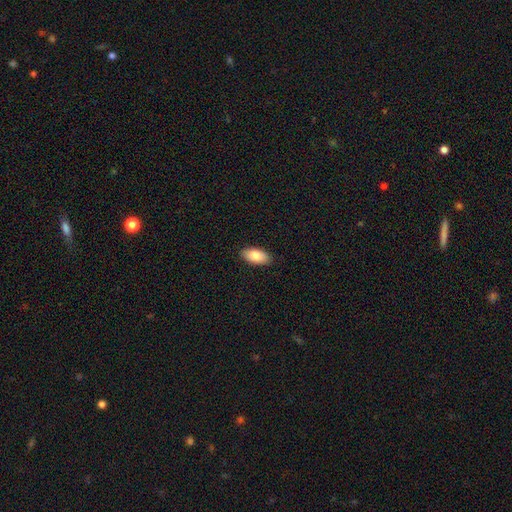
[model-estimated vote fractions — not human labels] The model was most divided on "smooth or featured": smooth: 85%, featured or disk: 9%, star or artifact: 6%. More confident: how rounded — in between (93%); merging — none (89%).